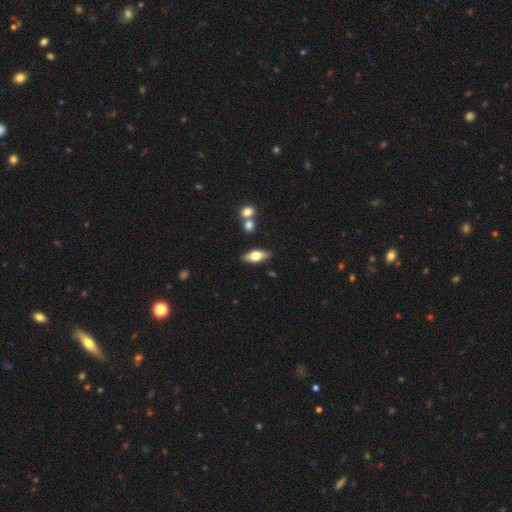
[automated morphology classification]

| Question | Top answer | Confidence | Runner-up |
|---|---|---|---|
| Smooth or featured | smooth | 57% | featured or disk (36%) |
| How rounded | in between | 78% | cigar-shaped (18%) |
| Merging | none | 83% | minor disturbance (10%) |